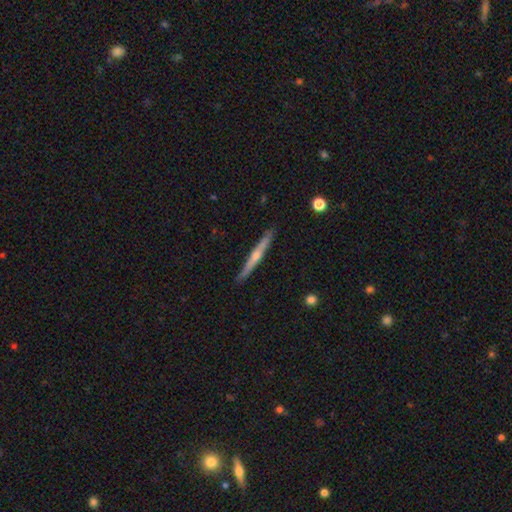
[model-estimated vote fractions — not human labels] Morphology: type=featured or disk (72%); edge-on=yes (98%); edge-on bulge=rounded (78%); merging=none (90%).